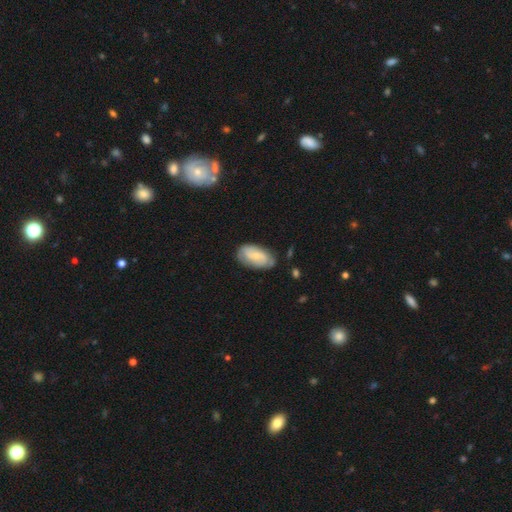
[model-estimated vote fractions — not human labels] The model was most divided on "smooth or featured": smooth: 50%, featured or disk: 44%, star or artifact: 6%. More confident: merging — none (71%).